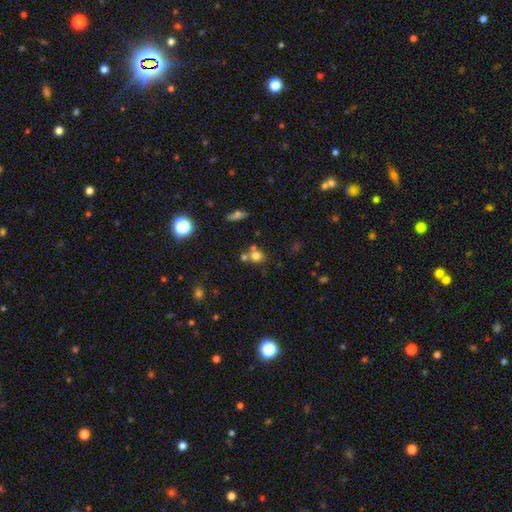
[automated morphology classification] Overall: smooth (72%). How rounded: round (75%). Merging: none (49%; merger 37%).